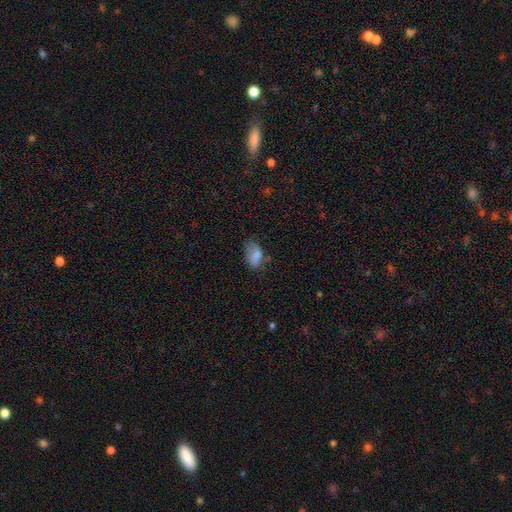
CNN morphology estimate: Smooth or featured? Predicted: smooth (p=0.78). How rounded? Predicted: in between (p=0.91). Merging? Predicted: none (p=0.49).